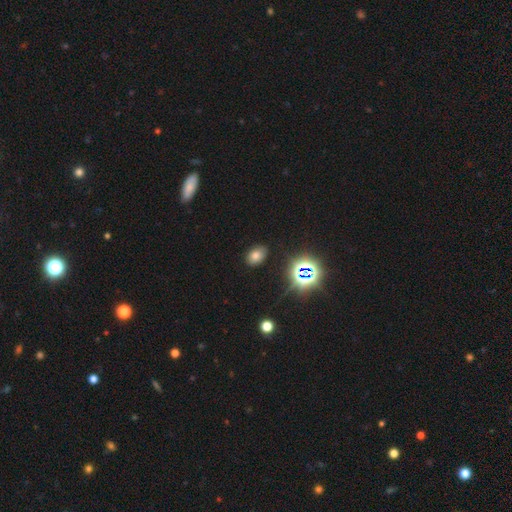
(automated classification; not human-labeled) Overall: smooth (67%). How rounded: in between (82%). Merging: none (86%).